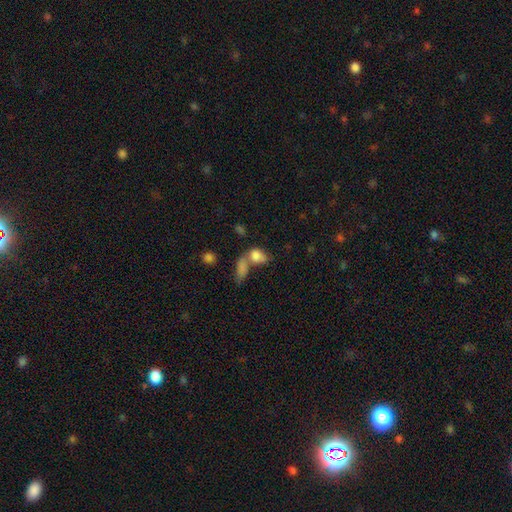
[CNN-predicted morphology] type=smooth (78%); roundness=in between (79%); merging=merger (54%).